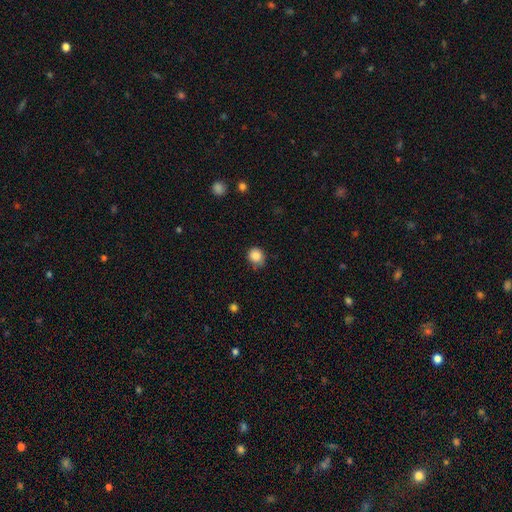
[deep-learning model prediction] Morphology: type=smooth (87%); roundness=round (75%); merging=none (71%).